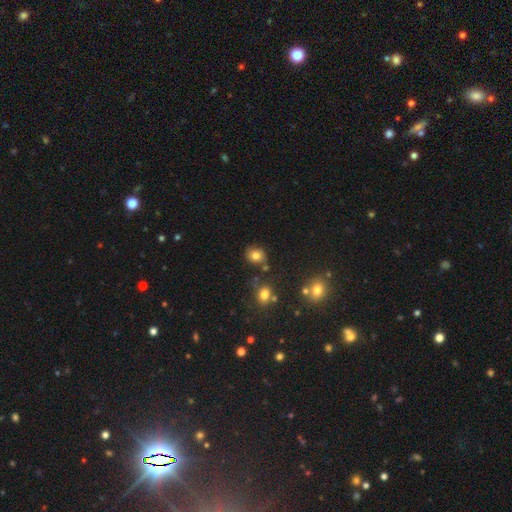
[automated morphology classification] Q: Smooth or featured?
A: smooth (78%); runner-up: star or artifact (13%)
Q: How rounded?
A: round (64%); runner-up: in between (35%)
Q: Merging?
A: none (75%); runner-up: minor disturbance (15%)